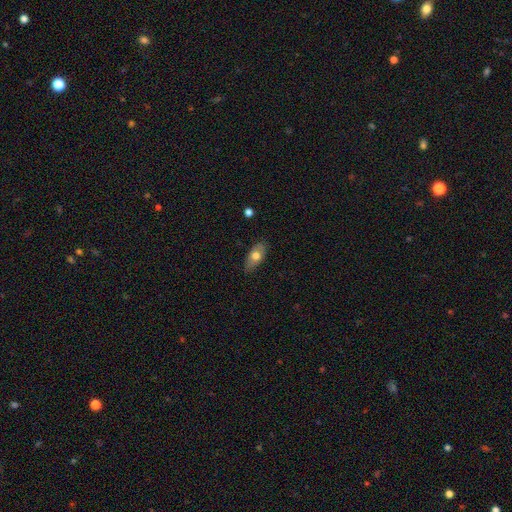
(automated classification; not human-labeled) Smooth or featured? Predicted: smooth (p=0.66). How rounded? Predicted: in between (p=0.88). Merging? Predicted: none (p=0.82).